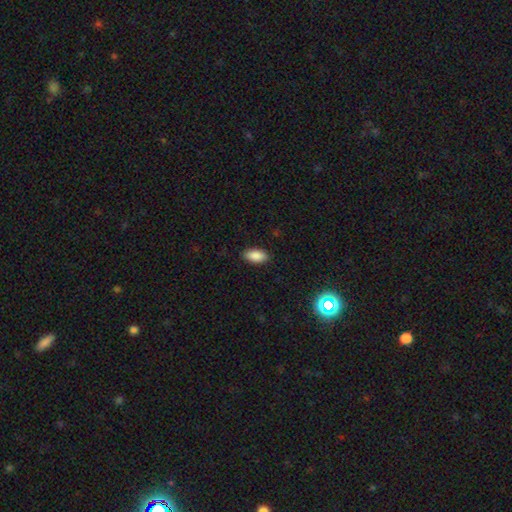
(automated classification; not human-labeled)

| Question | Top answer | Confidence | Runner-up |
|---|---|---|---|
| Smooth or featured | smooth | 87% | star or artifact (8%) |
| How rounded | in between | 92% | cigar-shaped (5%) |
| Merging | none | 89% | minor disturbance (8%) |